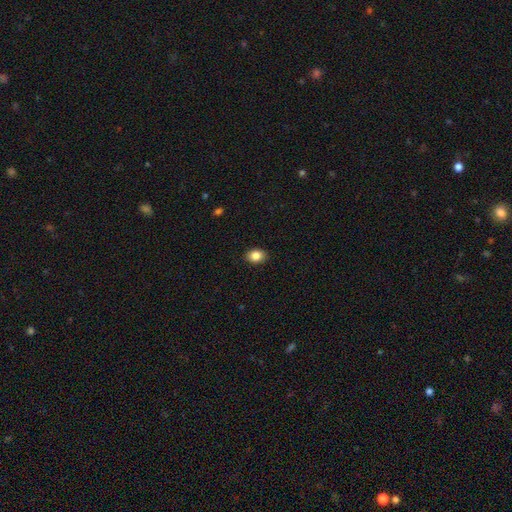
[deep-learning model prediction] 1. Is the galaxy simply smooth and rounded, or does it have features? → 85% smooth, 9% star or artifact, 6% featured or disk.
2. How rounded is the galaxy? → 63% in between, 36% round, 1% cigar-shaped.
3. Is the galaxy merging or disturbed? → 90% none, 7% minor disturbance, 2% major disturbance, 1% merger.